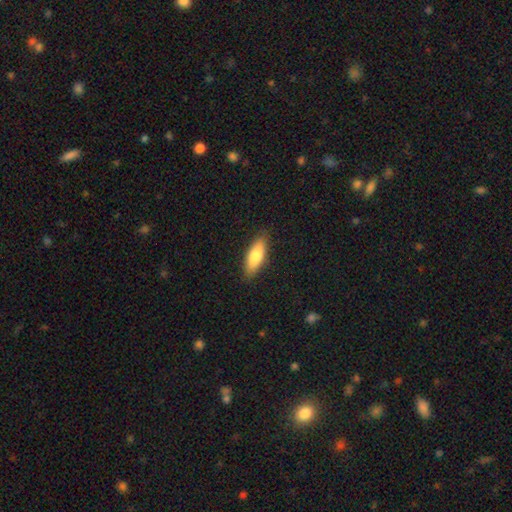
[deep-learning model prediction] A smooth galaxy with no disk features (77%) that is in between round and cigar-shaped (60%).

Vote fractions:
- Smooth or featured? smooth: 77% / featured or disk: 17% / star or artifact: 6%
- How rounded? in between: 60% / cigar-shaped: 38% / round: 2%
- Merging? none: 87% / minor disturbance: 10% / major disturbance: 2% / merger: 1%